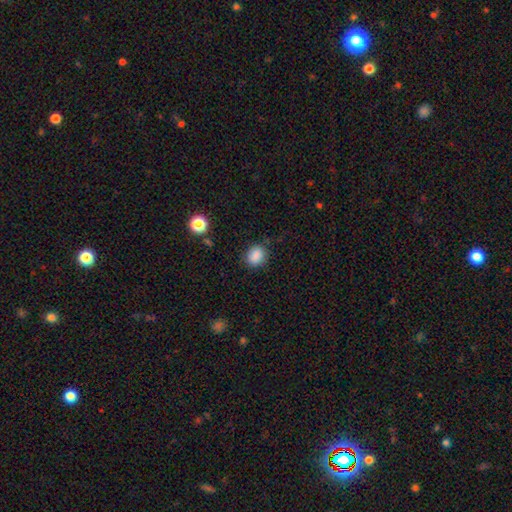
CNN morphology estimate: smooth-or-featured: smooth: 87% | star or artifact: 10% | featured or disk: 4%
  how-rounded: round: 57% | in between: 42% | cigar-shaped: 1%
  merging: none: 81% | minor disturbance: 13% | major disturbance: 4% | merger: 2%